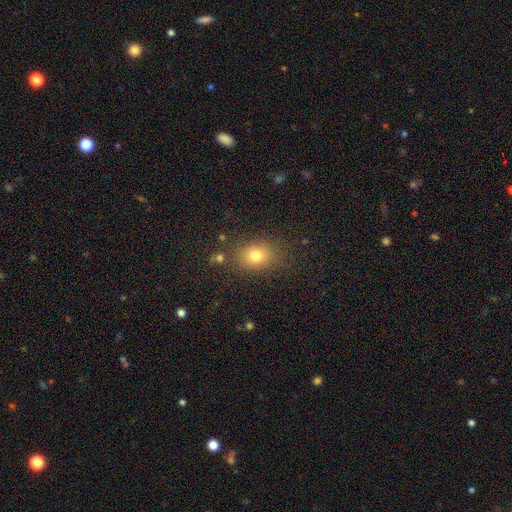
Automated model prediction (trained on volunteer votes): Smooth or featured?
  - smooth: 77% *
  - star or artifact: 15%
  - featured or disk: 9%
How rounded?
  - in between: 55% *
  - round: 43%
  - cigar-shaped: 1%
Merging?
  - none: 80% *
  - minor disturbance: 12%
  - major disturbance: 4%
  - merger: 3%